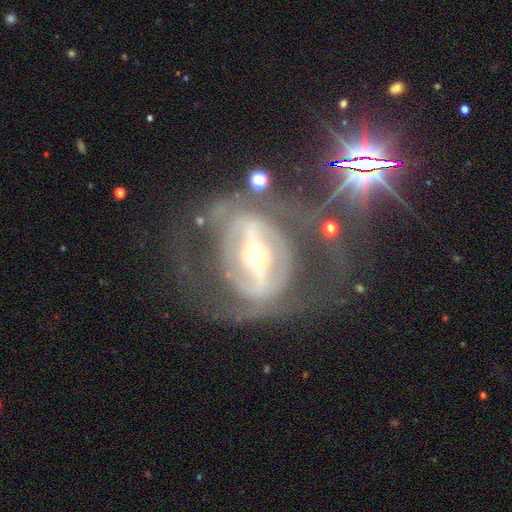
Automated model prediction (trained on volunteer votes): This appears to be a featured or disk galaxy (82%) with a strong bar (69%), spiral arms (60%) and a moderate central bulge (62%). Merging: none (54%).